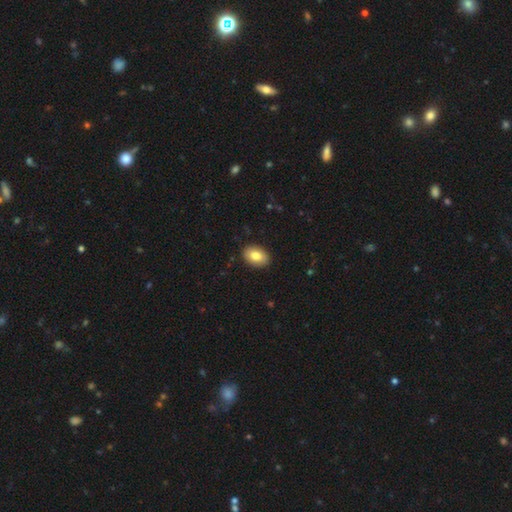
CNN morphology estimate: A smooth galaxy with no disk features (82%) that is in between round and cigar-shaped (85%).

Vote fractions:
- Smooth or featured? smooth: 82% / featured or disk: 11% / star or artifact: 7%
- How rounded? in between: 85% / round: 13% / cigar-shaped: 1%
- Merging? none: 89% / minor disturbance: 8% / major disturbance: 2% / merger: 1%